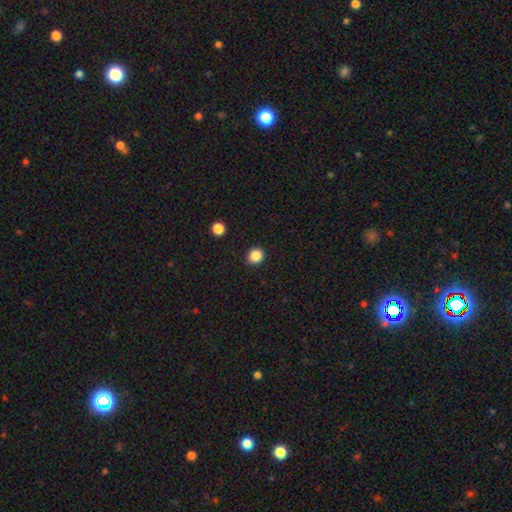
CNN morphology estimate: Smooth or featured?
  - smooth: 86% *
  - star or artifact: 11%
  - featured or disk: 3%
How rounded?
  - round: 91% *
  - in between: 8%
  - cigar-shaped: 1%
Merging?
  - none: 90% *
  - minor disturbance: 7%
  - major disturbance: 2%
  - merger: 1%